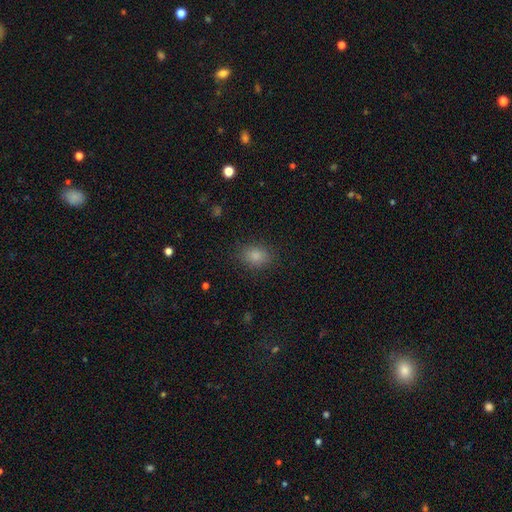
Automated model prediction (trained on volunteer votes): Overall: smooth (84%). How rounded: in between (62%; round 37%). Merging: none (85%).